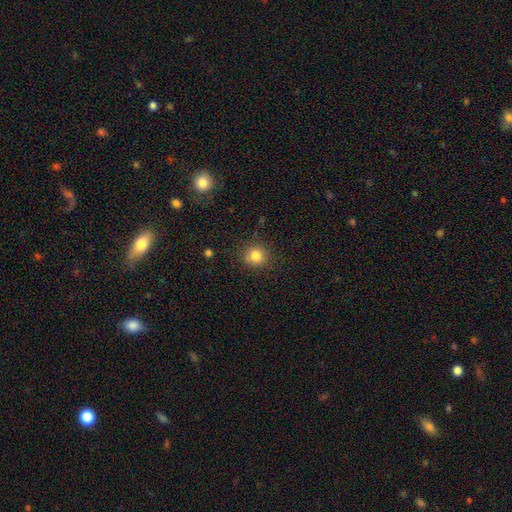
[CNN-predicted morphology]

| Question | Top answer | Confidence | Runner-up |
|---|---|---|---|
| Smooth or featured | smooth | 82% | star or artifact (12%) |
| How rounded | round | 88% | in between (11%) |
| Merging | none | 86% | minor disturbance (10%) |